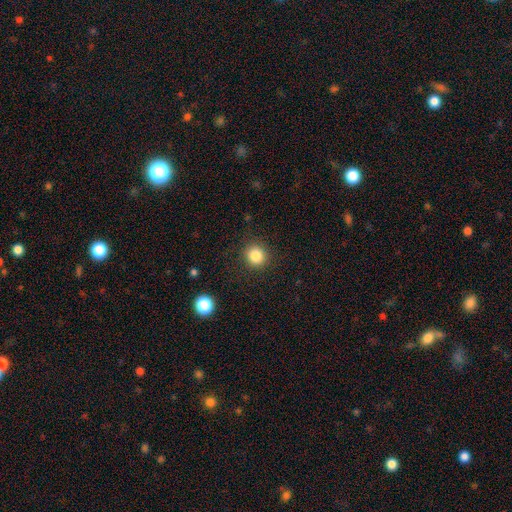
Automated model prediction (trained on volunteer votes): smooth-or-featured: smooth: 84% | star or artifact: 11% | featured or disk: 5%
  how-rounded: round: 90% | in between: 9% | cigar-shaped: 1%
  merging: none: 90% | minor disturbance: 7% | major disturbance: 3% | merger: 1%